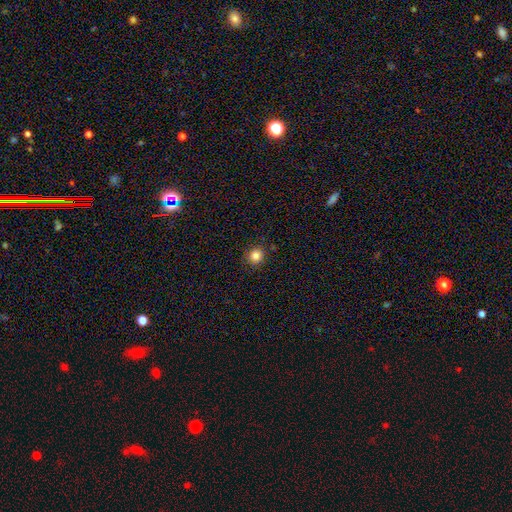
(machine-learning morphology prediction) Overall: smooth (84%). How rounded: round (91%). Merging: none (89%).